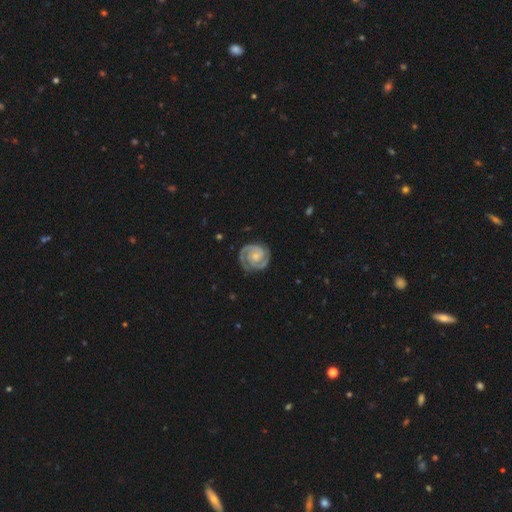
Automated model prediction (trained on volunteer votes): Morphology: type=featured or disk (90%); edge-on=no (98%); bar=no (62%); spiral arms=yes (98%); winding=tight (70%); arm count=2 (89%); bulge=small (47%); merging=none (83%).